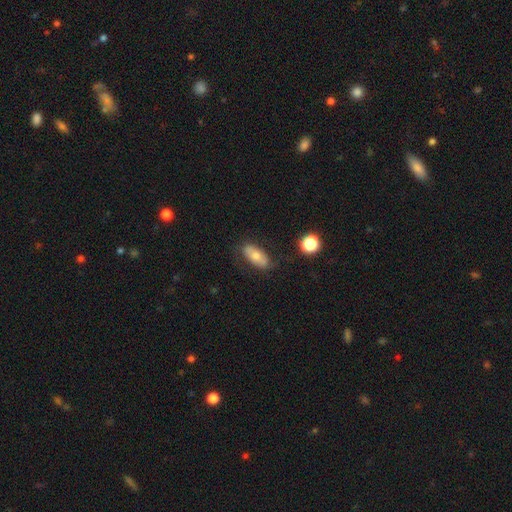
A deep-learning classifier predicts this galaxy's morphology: Smooth or featured?
  - smooth: 62% *
  - featured or disk: 29%
  - star or artifact: 9%
How rounded?
  - in between: 84% *
  - cigar-shaped: 12%
  - round: 4%
Merging?
  - none: 76% *
  - minor disturbance: 16%
  - major disturbance: 5%
  - merger: 2%